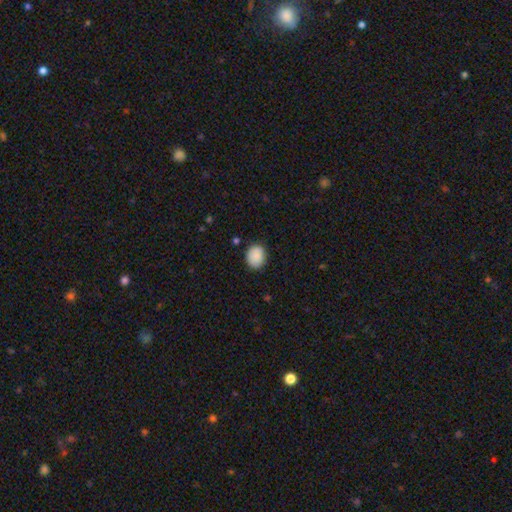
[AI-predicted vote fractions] smooth_or_featured: smooth (p=0.89) [alt: star or artifact p=0.08]
how_rounded: in between (p=0.52) [alt: round p=0.47]
merging: none (p=0.84) [alt: minor disturbance p=0.12]